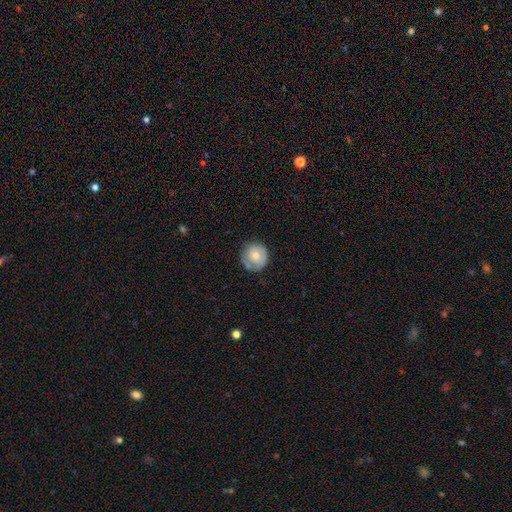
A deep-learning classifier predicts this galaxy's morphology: Q: Smooth or featured?
A: smooth (63%); runner-up: featured or disk (30%)
Q: How rounded?
A: round (91%); runner-up: in between (8%)
Q: Merging?
A: none (68%); runner-up: minor disturbance (23%)